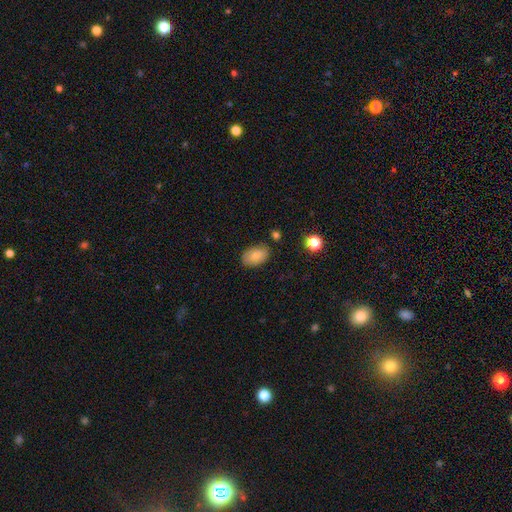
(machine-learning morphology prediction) smooth_or_featured: smooth (p=0.80) [alt: featured or disk p=0.12]
how_rounded: in between (p=0.90) [alt: round p=0.09]
merging: none (p=0.81) [alt: minor disturbance p=0.13]